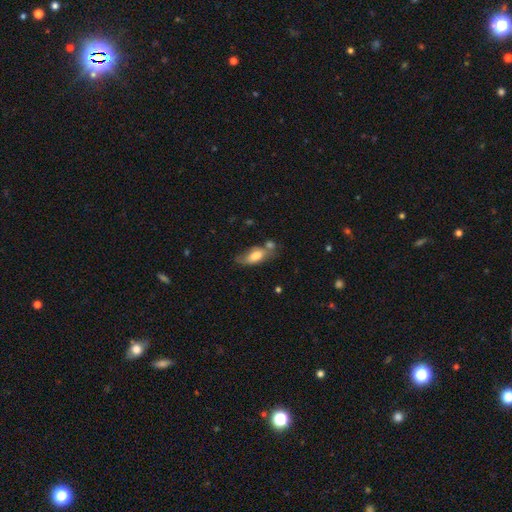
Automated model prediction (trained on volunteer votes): Q: Smooth or featured?
A: smooth (66%); runner-up: featured or disk (26%)
Q: How rounded?
A: in between (81%); runner-up: cigar-shaped (14%)
Q: Merging?
A: none (39%); runner-up: minor disturbance (25%)